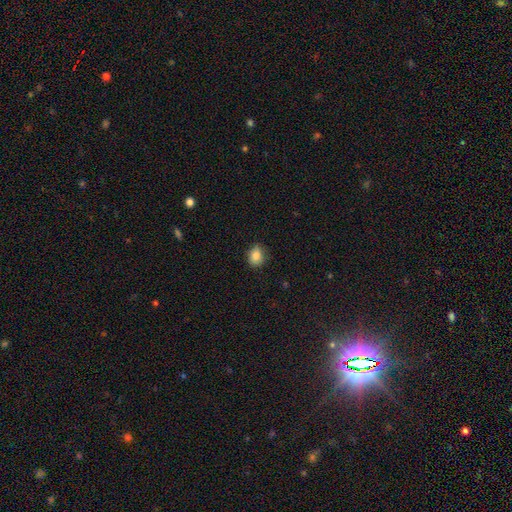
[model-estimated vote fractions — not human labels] Morphology: type=smooth (86%); roundness=round (51%); merging=none (79%).